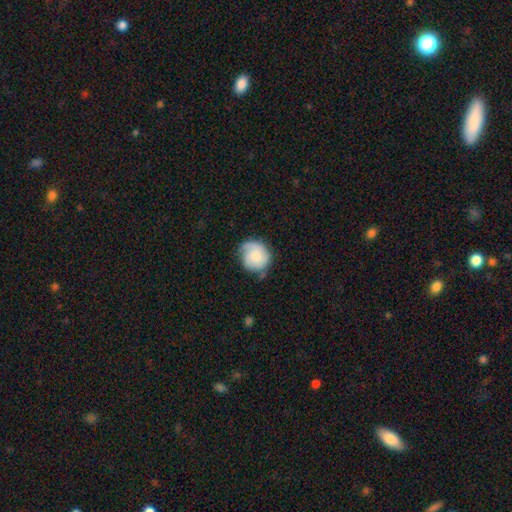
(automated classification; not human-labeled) Smooth or featured: smooth — 55% (featured or disk — 38%)
How rounded: round — 85% (in between — 14%)
Merging: none — 56% (minor disturbance — 31%)